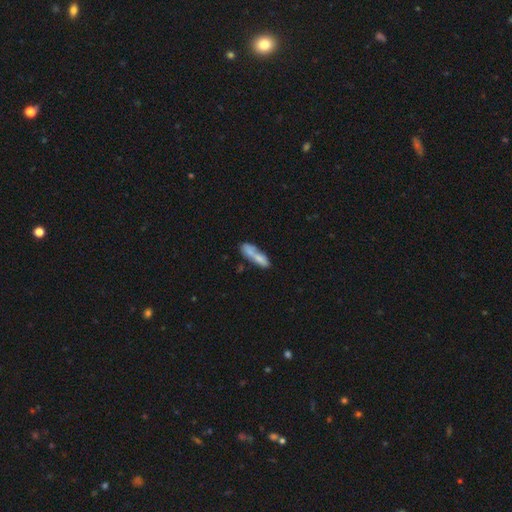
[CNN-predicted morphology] Smooth or featured? Predicted: smooth (p=0.65). How rounded? Predicted: cigar-shaped (p=0.65). Merging? Predicted: none (p=0.43).